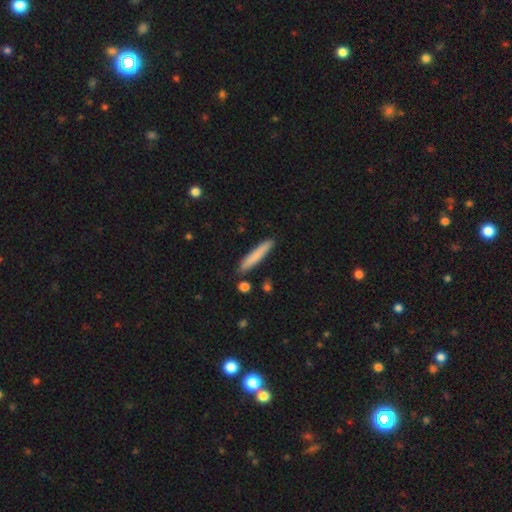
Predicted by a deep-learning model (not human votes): Smooth or featured: smooth — 78% (featured or disk — 16%)
How rounded: cigar-shaped — 94% (in between — 5%)
Merging: none — 88% (minor disturbance — 8%)